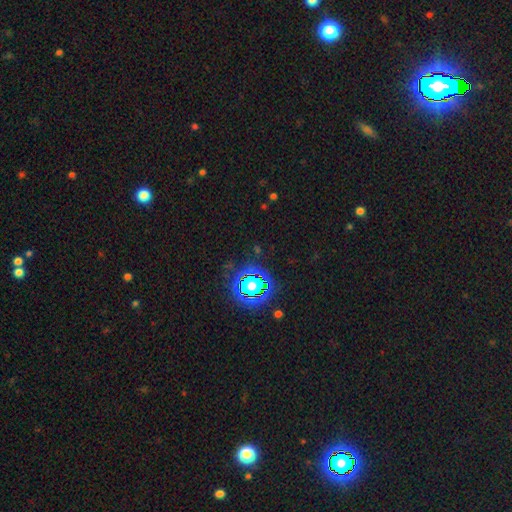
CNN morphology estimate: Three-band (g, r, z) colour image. It shows a star or artifact, not a galaxy (80%).